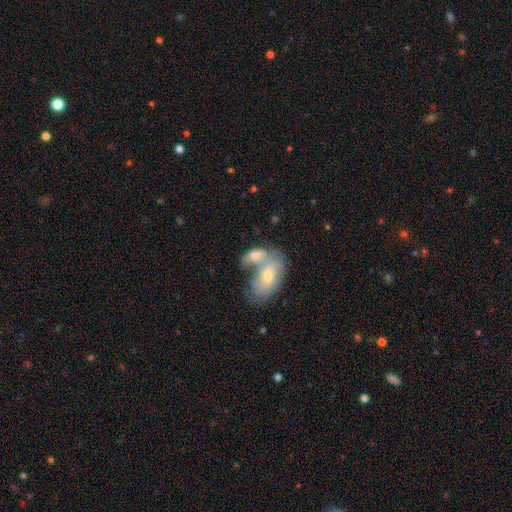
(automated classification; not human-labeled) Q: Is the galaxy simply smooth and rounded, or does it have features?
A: smooth — 60%.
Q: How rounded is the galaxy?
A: in between — 89%.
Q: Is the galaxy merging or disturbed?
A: merger — 69%.